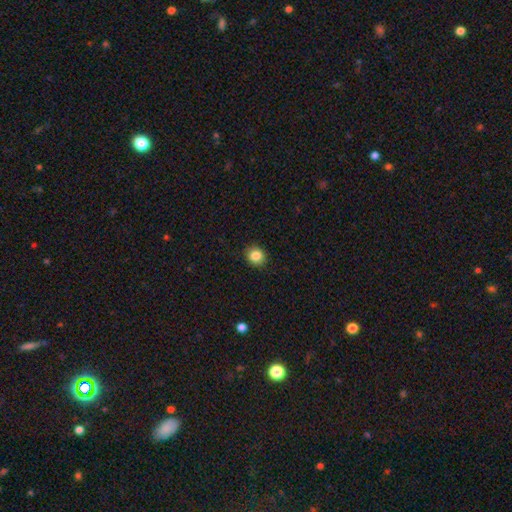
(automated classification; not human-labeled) Smooth or featured? smooth (85%)
How rounded? round (83%)
Merging? none (91%)